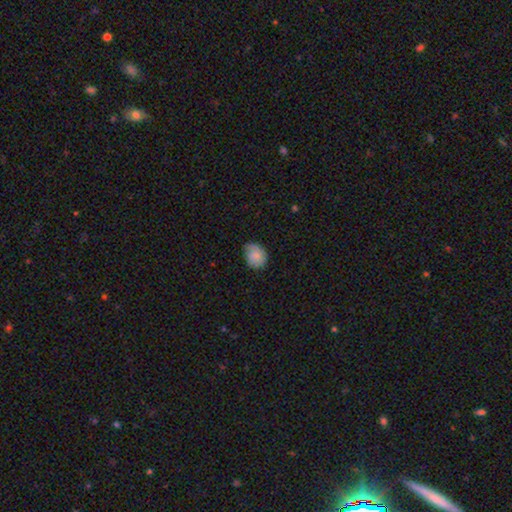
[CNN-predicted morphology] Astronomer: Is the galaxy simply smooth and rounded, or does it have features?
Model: smooth — 81%.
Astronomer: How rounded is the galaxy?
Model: in between — 53% (runner-up: round, 46%).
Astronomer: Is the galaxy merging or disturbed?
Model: none — 67%.